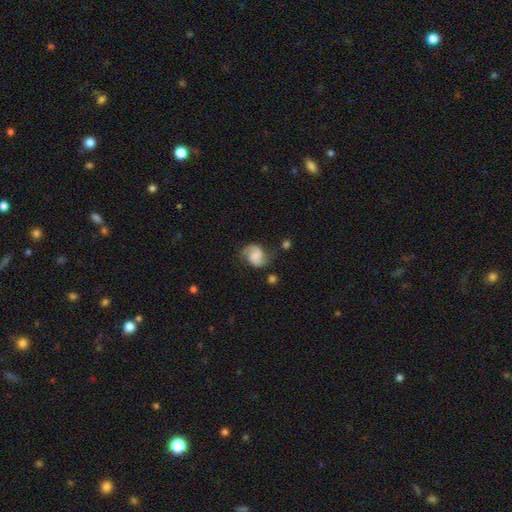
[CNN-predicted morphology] Q: Smooth or featured?
A: featured or disk (70%); runner-up: smooth (22%)
Q: Edge-on disk?
A: no (98%); runner-up: yes (2%)
Q: Bar?
A: no (49%); runner-up: weak (40%)
Q: Spiral arms?
A: yes (94%); runner-up: no (6%)
Q: Spiral winding?
A: medium (46%); runner-up: loose (33%)
Q: Spiral arm count?
A: 2 (83%); runner-up: 1 (10%)
Q: Bulge size?
A: none (47%); runner-up: small (20%)
Q: Merging?
A: none (63%); runner-up: minor disturbance (22%)